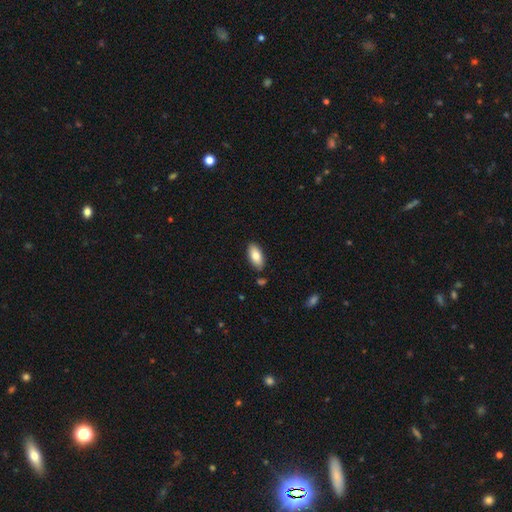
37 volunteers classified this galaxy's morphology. Smooth or featured: smooth — 86% (featured or disk — 8%)
How rounded: in between — 88% (cigar-shaped — 12%)
Merging: none — 89% (major disturbance — 6%)